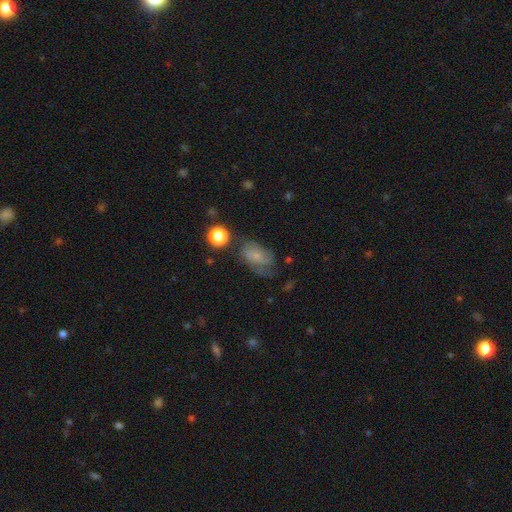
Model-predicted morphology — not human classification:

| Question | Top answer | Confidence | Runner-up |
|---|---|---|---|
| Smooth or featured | smooth | 50% | featured or disk (38%) |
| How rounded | in between | 84% | round (14%) |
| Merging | none | 45% | minor disturbance (28%) |